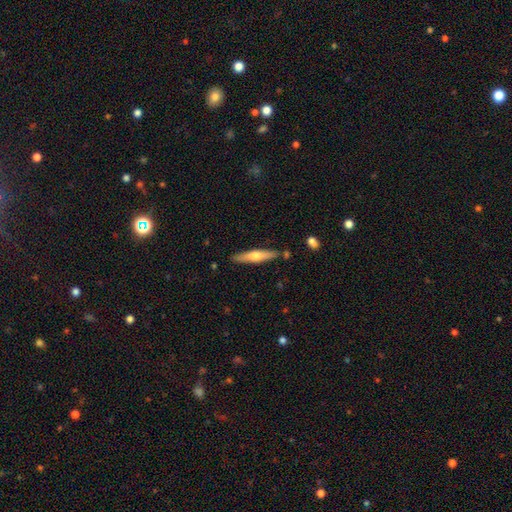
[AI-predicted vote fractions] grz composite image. It shows a featured or disk galaxy (50%). Merging: none (86%).